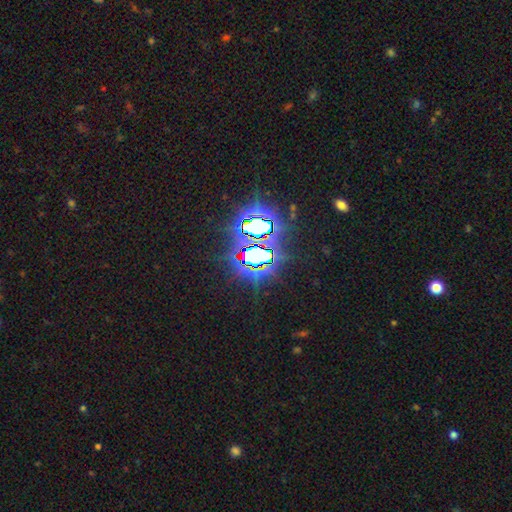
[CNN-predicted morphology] Smooth or featured?
  - star or artifact: 81% *
  - smooth: 11%
  - featured or disk: 8%